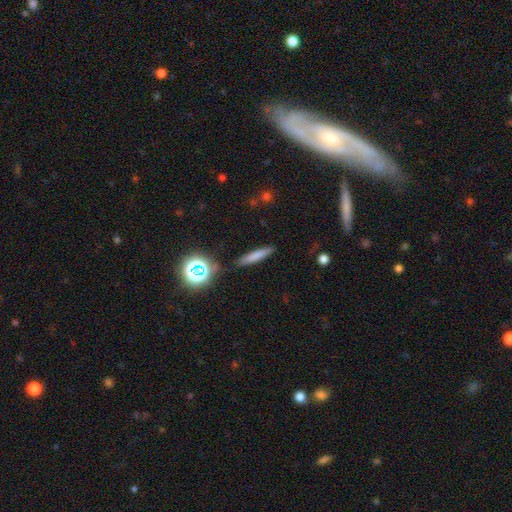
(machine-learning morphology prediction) The model was most divided on "smooth or featured": smooth: 72%, featured or disk: 16%, star or artifact: 12%. More confident: how rounded — cigar-shaped (87%); merging — none (84%).